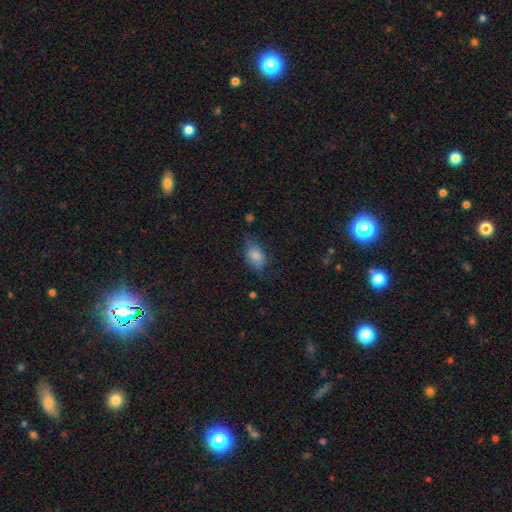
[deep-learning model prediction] smooth 79%, featured or disk 13%, star or artifact 8%. Down the decision tree: how rounded — in between (88%); merging — none (56%).